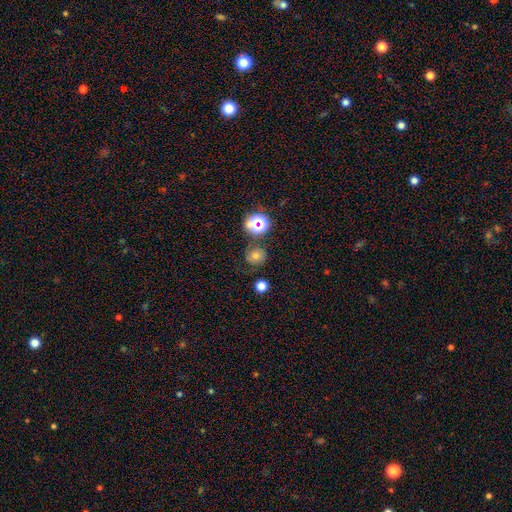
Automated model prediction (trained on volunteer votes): smooth_or_featured: smooth (p=0.55) [alt: star or artifact p=0.30]
how_rounded: round (p=0.85) [alt: in between p=0.14]
merging: none (p=0.75) [alt: minor disturbance p=0.13]